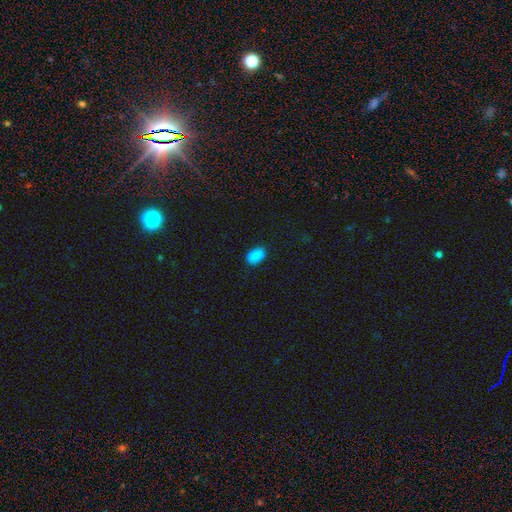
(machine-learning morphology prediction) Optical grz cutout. It shows a smooth galaxy with no disk features (88%) that is in between round and cigar-shaped (87%). Merging: none (88%).